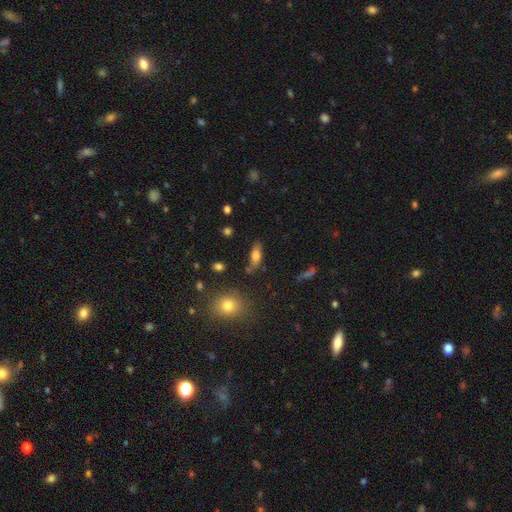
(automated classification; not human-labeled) Smooth or featured? smooth (71%)
How rounded? in between (75%)
Merging? none (69%)